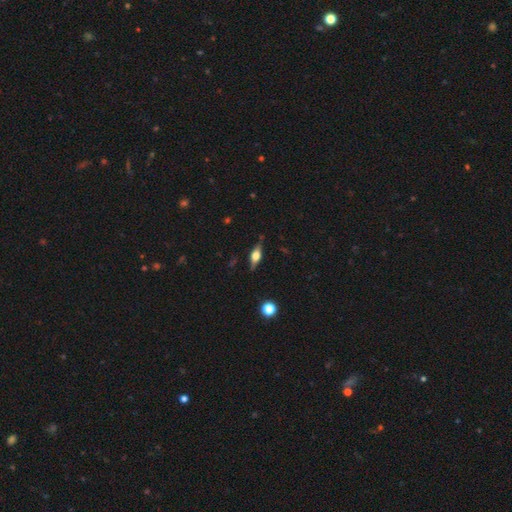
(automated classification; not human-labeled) This appears to be a featured or disk galaxy (57%) viewed edge-on (93%) with a rounded central bulge (90%). Merging: none (82%).